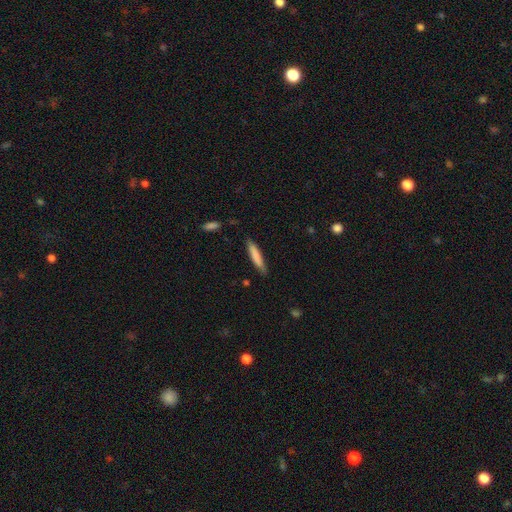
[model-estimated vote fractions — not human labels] This is likely a smooth galaxy (77%). How rounded: clearly cigar-shaped (90%). Merging: clearly none (81%).